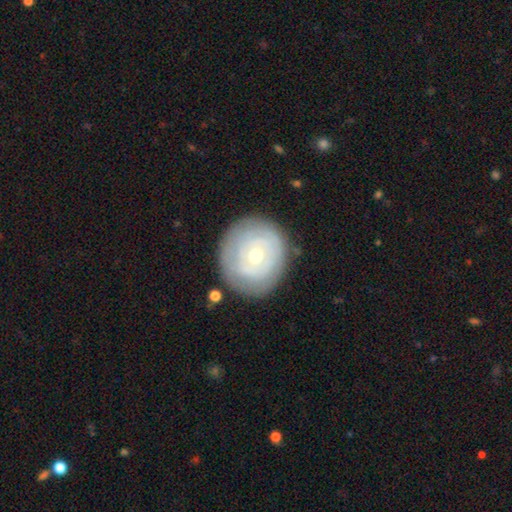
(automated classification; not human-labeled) This is likely a featured or disk galaxy (60%). It is clearly not viewed edge-on (96%). Bar: clearly no (81%). Spiral arm pattern: possibly yes (57%). Central bulge: possibly moderate (52%). Merging: likely none (79%).